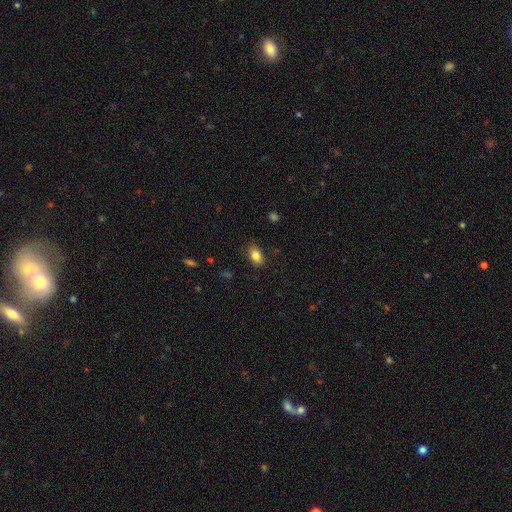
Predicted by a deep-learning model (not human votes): Morphology: type=smooth (84%); roundness=in between (88%); merging=none (84%).